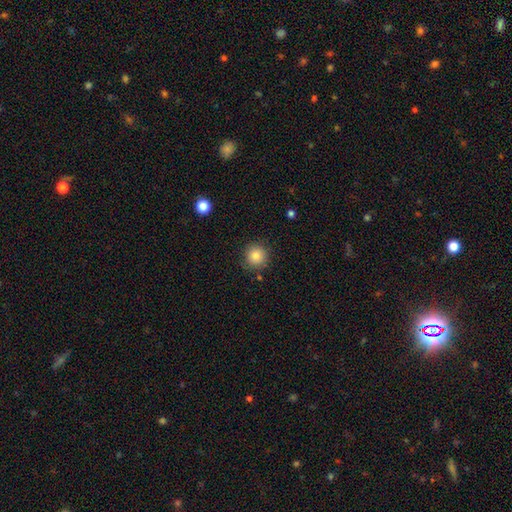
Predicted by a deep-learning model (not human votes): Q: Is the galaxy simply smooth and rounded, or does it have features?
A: smooth — 84%.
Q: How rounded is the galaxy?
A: round — 94%.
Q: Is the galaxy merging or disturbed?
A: none — 87%.